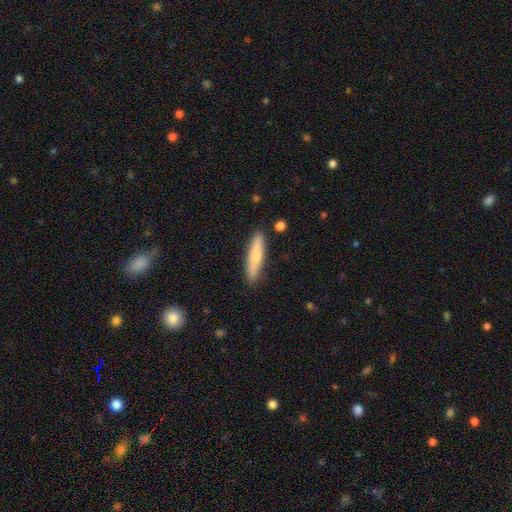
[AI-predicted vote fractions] smooth 69%, featured or disk 25%, star or artifact 6%. Down the decision tree: how rounded — cigar-shaped (83%); merging — none (87%).